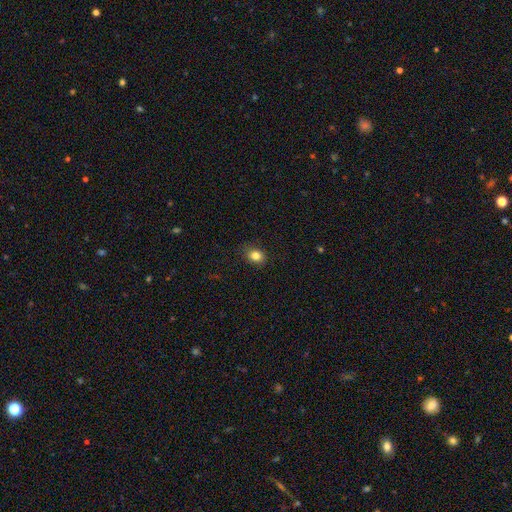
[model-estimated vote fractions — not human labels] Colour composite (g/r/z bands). It shows a smooth galaxy with no disk features (83%) that is in between round and cigar-shaped (52%). Merging: none (83%).